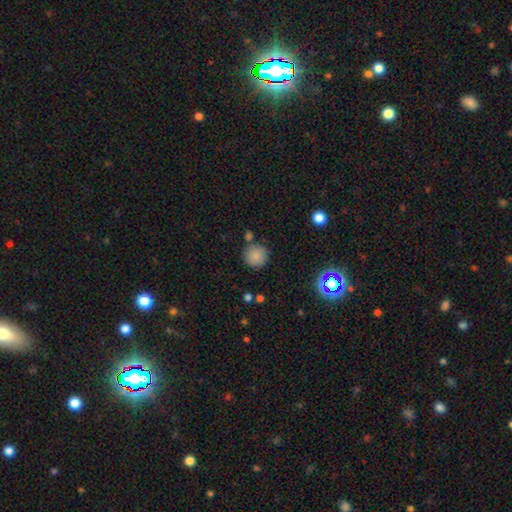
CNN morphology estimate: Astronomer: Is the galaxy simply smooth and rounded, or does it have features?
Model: smooth — 84%.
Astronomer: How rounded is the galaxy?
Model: round — 94%.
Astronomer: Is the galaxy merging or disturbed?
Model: none — 79%.